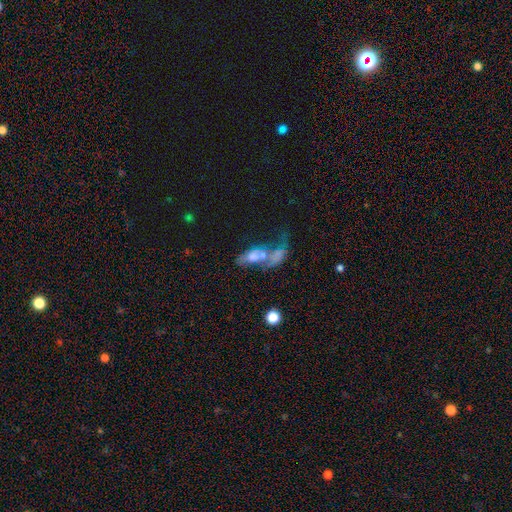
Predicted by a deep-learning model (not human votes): Morphology: type=featured or disk (46%); merging=merger (51%).